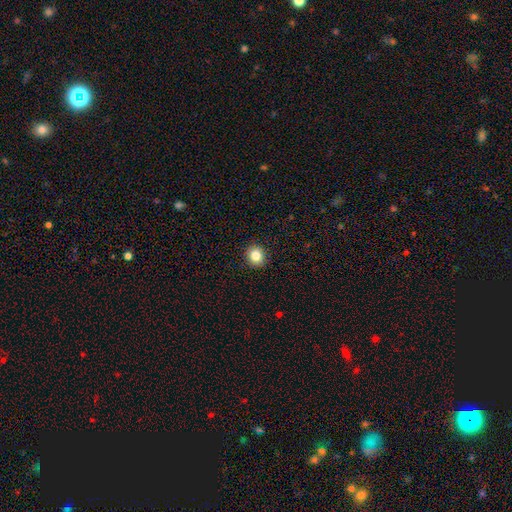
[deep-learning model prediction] Q: Smooth or featured?
A: smooth (83%); runner-up: star or artifact (11%)
Q: How rounded?
A: round (83%); runner-up: in between (16%)
Q: Merging?
A: none (92%); runner-up: minor disturbance (6%)